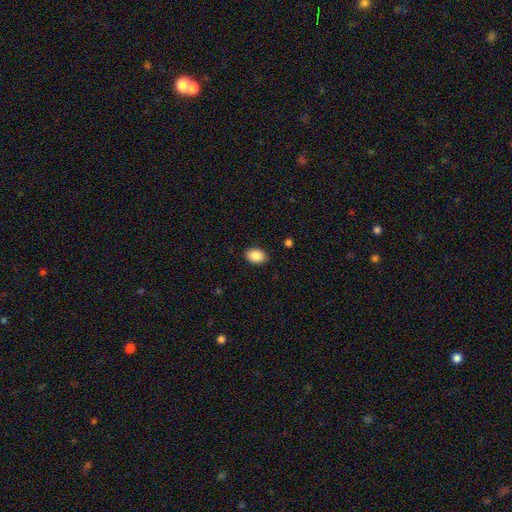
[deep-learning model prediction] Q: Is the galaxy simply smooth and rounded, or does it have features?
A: smooth — 88%.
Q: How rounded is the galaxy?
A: in between — 82%.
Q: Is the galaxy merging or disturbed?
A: none — 89%.